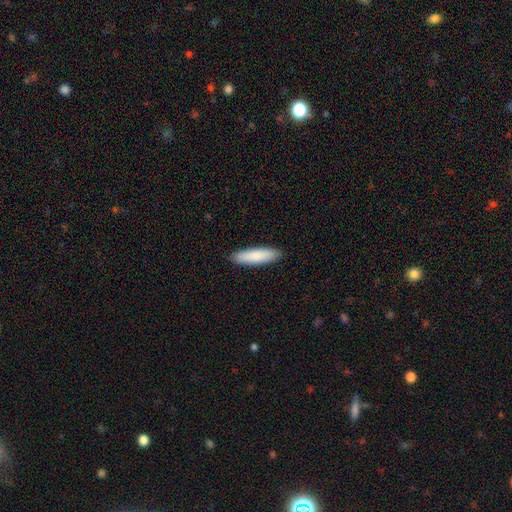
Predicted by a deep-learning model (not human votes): This is clearly a smooth galaxy (86%). How rounded: likely cigar-shaped (68%). Merging: clearly none (91%).